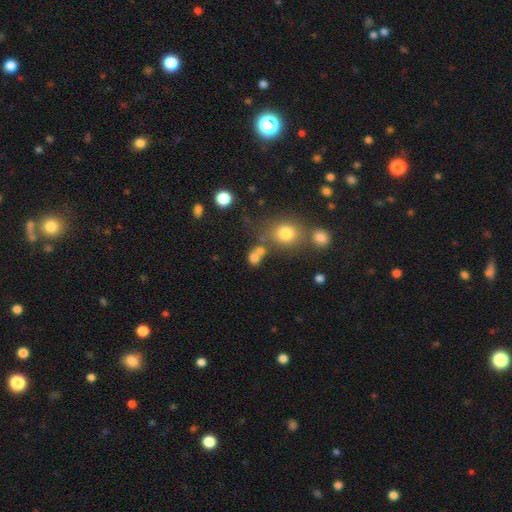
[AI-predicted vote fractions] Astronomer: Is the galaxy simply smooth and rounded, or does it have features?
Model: smooth — 73%.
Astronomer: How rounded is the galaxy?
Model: round — 64%.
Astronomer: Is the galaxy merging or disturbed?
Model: none — 48% (runner-up: merger, 35%).